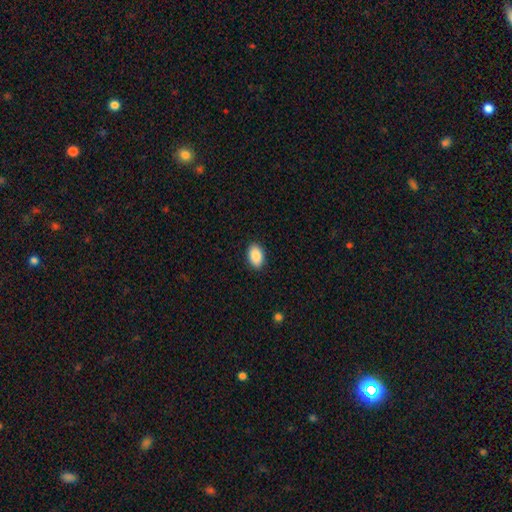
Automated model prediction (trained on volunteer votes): smooth 89%, star or artifact 7%, featured or disk 4%. Down the decision tree: how rounded — in between (91%); merging — none (89%).